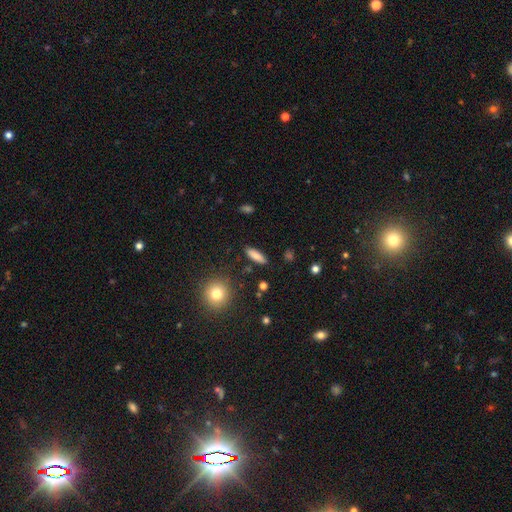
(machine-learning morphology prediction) Smooth or featured? Predicted: smooth (p=0.83). How rounded? Predicted: cigar-shaped (p=0.51). Merging? Predicted: none (p=0.87).